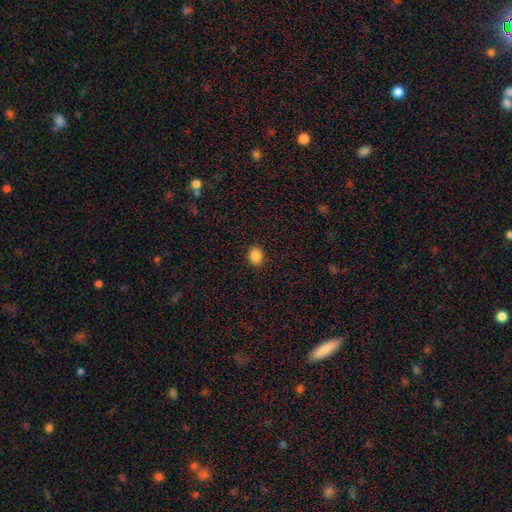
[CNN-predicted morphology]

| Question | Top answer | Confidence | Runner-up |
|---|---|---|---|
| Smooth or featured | smooth | 87% | star or artifact (10%) |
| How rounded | round | 64% | in between (35%) |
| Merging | none | 90% | minor disturbance (7%) |